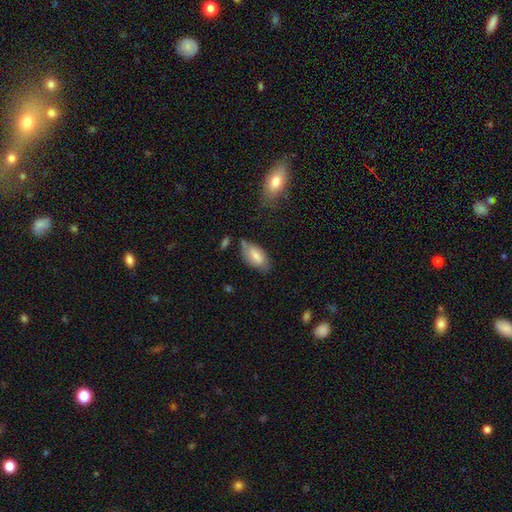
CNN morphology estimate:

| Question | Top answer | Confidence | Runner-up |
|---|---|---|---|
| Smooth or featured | smooth | 72% | featured or disk (21%) |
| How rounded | in between | 92% | cigar-shaped (5%) |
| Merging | none | 60% | minor disturbance (28%) |